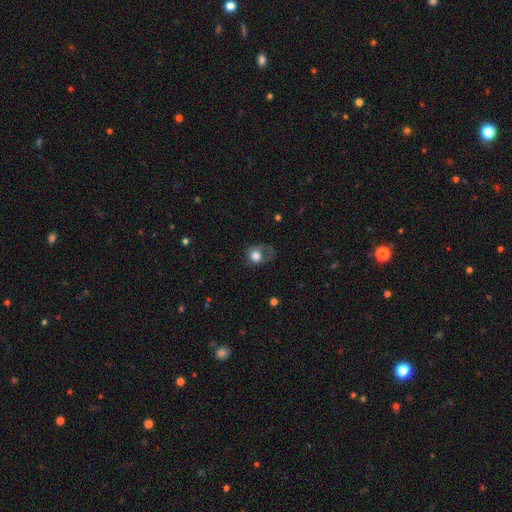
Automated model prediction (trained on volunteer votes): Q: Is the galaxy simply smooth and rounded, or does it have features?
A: smooth — 75%.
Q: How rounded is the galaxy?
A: round — 70%.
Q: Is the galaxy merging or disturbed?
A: major disturbance — 40%.